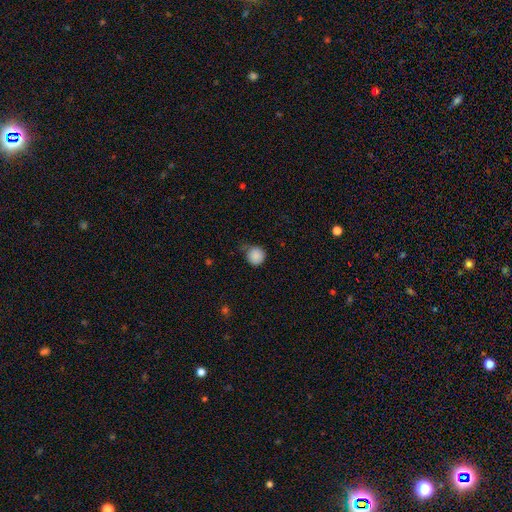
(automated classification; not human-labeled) Smooth or featured? smooth (87%)
How rounded? round (93%)
Merging? none (61%)